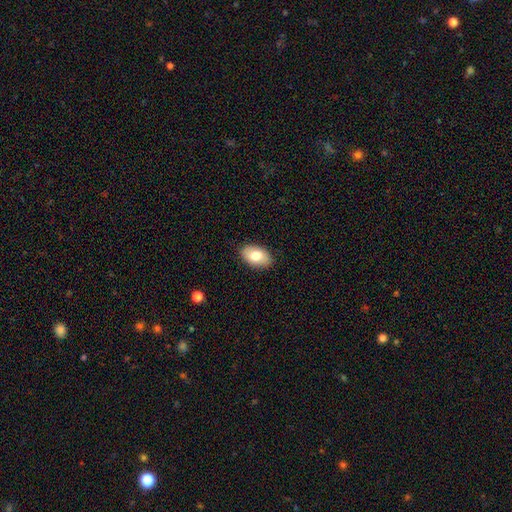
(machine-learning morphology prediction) Smooth or featured?
  - smooth: 76% *
  - featured or disk: 17%
  - star or artifact: 7%
How rounded?
  - in between: 92% *
  - round: 6%
  - cigar-shaped: 1%
Merging?
  - none: 88% *
  - minor disturbance: 9%
  - major disturbance: 2%
  - merger: 1%